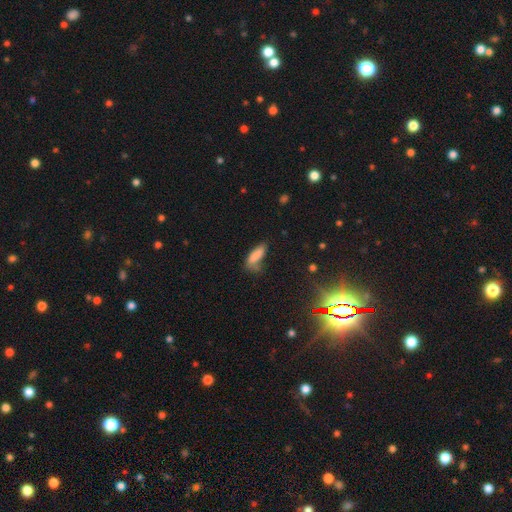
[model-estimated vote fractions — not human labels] A smooth galaxy with no disk features (81%) that is in between round and cigar-shaped (55%). Merging: none (47%).